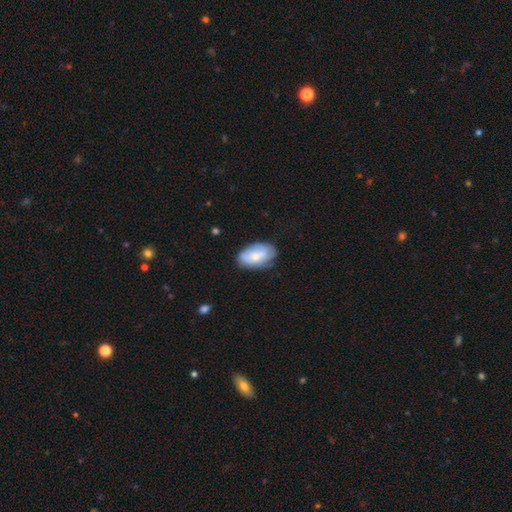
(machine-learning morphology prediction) Smooth or featured?
  - smooth: 63% *
  - featured or disk: 30%
  - star or artifact: 7%
How rounded?
  - in between: 92% *
  - round: 6%
  - cigar-shaped: 2%
Merging?
  - none: 69% *
  - minor disturbance: 24%
  - major disturbance: 6%
  - merger: 2%